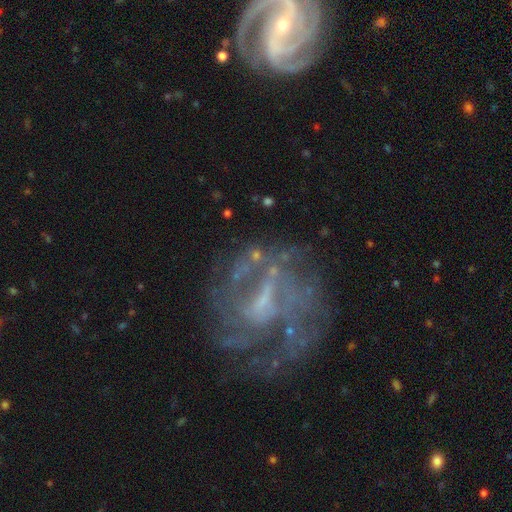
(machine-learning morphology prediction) Smooth or featured: featured or disk — 74% (star or artifact — 13%)
Edge-on disk: no — 97% (yes — 3%)
Bar: weak — 40% (strong — 31%)
Spiral arms: yes — 62% (no — 38%)
Bulge size: none — 41% (small — 37%)
Merging: none — 49% (major disturbance — 28%)